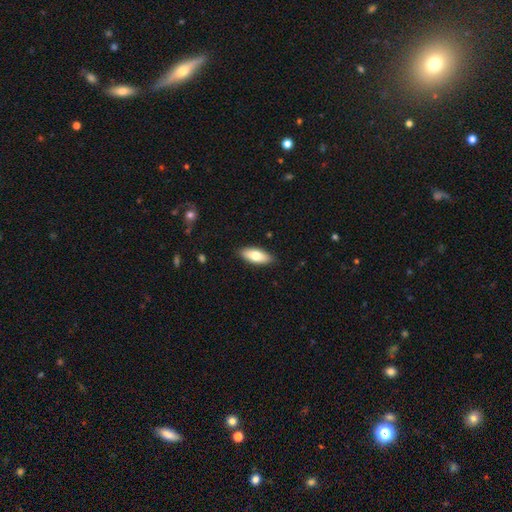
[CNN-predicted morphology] Smooth or featured? smooth (73%)
How rounded? in between (80%)
Merging? none (88%)